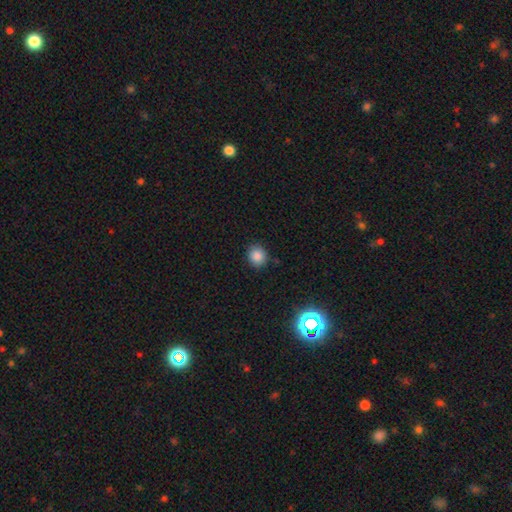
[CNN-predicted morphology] smooth 84%, star or artifact 11%, featured or disk 4%. Down the decision tree: how rounded — round (79%); merging — none (86%).